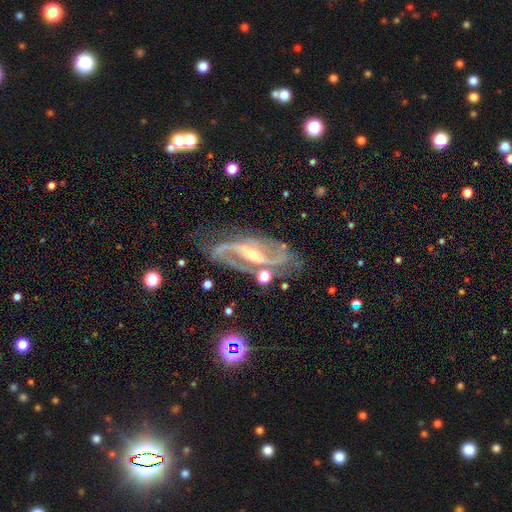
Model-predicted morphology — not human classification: Smooth or featured?
  - featured or disk: 90% *
  - star or artifact: 6%
  - smooth: 4%
Edge-on disk?
  - no: 93% *
  - yes: 7%
Bar?
  - strong: 43% *
  - weak: 33%
  - no: 24%
Spiral arms?
  - yes: 97% *
  - no: 3%
Spiral winding?
  - medium: 49% *
  - loose: 30%
  - tight: 21%
Spiral arm count?
  - 2: 85% *
  - can't tell: 5%
  - 3: 4%
  - 1: 3%
  - 4: 2%
  - more than 4: 2%
Bulge size?
  - small: 54% *
  - moderate: 43%
  - large: 2%
  - none: 1%
  - dominant: 1%
Merging?
  - none: 67% *
  - minor disturbance: 18%
  - major disturbance: 10%
  - merger: 5%